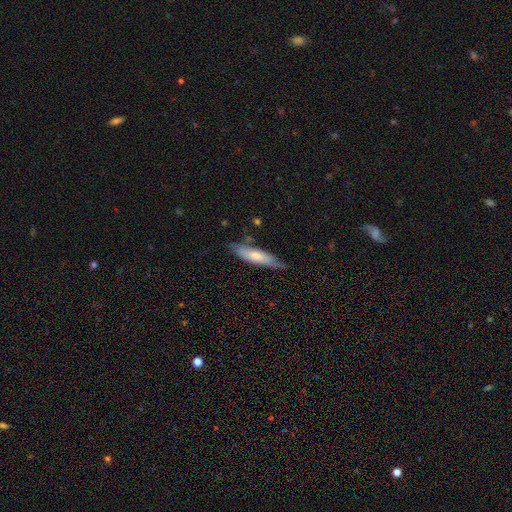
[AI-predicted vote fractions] smooth_or_featured: smooth (p=0.59) [alt: featured or disk p=0.35]
how_rounded: cigar-shaped (p=0.76) [alt: in between p=0.23]
merging: none (p=0.76) [alt: minor disturbance p=0.18]